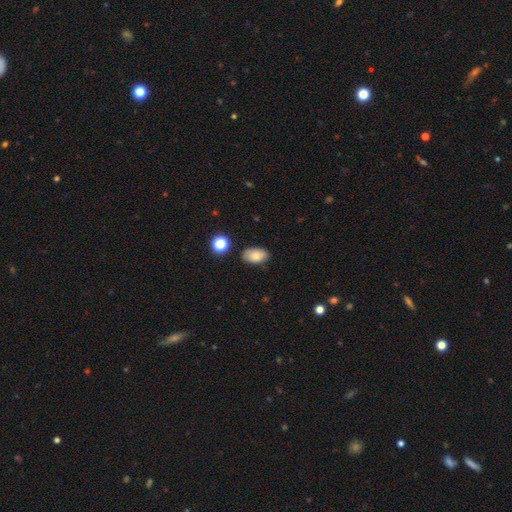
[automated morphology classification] Smooth or featured? smooth (83%)
How rounded? in between (91%)
Merging? none (83%)